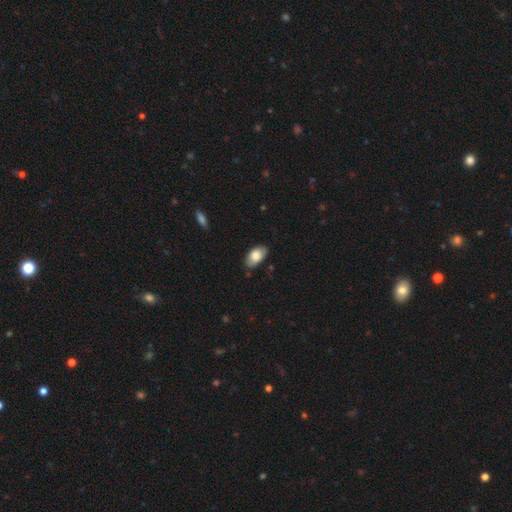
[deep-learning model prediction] The model was most divided on "merging": none: 79%, minor disturbance: 18%, major disturbance: 2%, merger: 1%. More confident: how rounded — in between (95%); smooth or featured — smooth (80%).